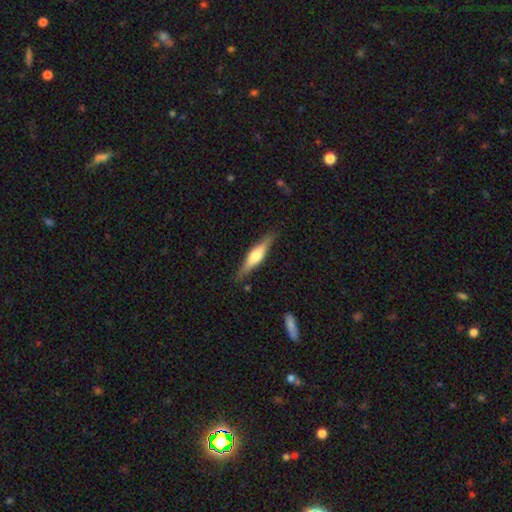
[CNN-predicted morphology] Smooth or featured? Predicted: featured or disk (p=0.57). Edge-on disk? Predicted: yes (p=0.96). Edge-on bulge? Predicted: rounded (p=0.86). Merging? Predicted: none (p=0.86).